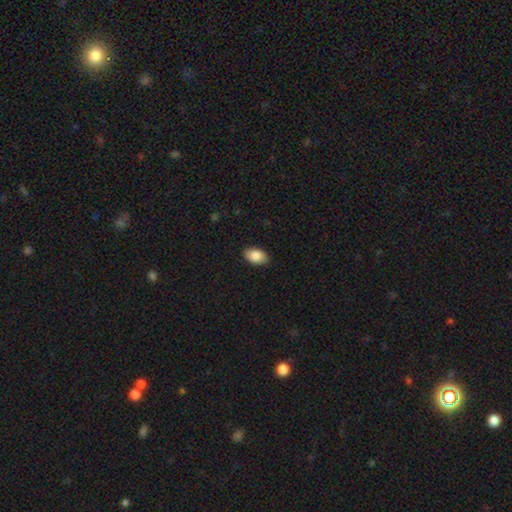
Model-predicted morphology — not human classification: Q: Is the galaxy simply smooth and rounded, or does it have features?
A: smooth — 88%.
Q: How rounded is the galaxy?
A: in between — 91%.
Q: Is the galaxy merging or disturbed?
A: none — 86%.